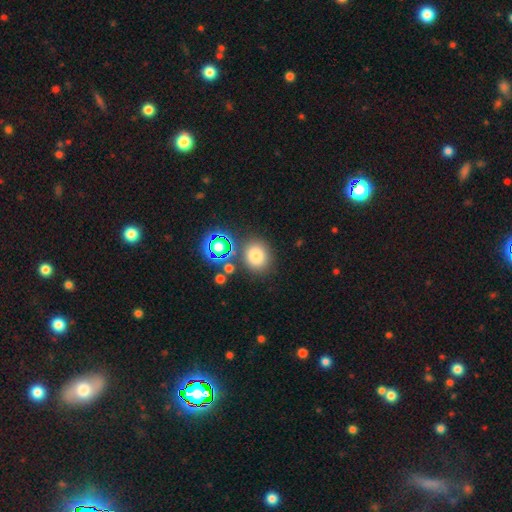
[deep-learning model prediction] Smooth or featured? Predicted: smooth (p=0.75). How rounded? Predicted: round (p=0.72). Merging? Predicted: none (p=0.79).